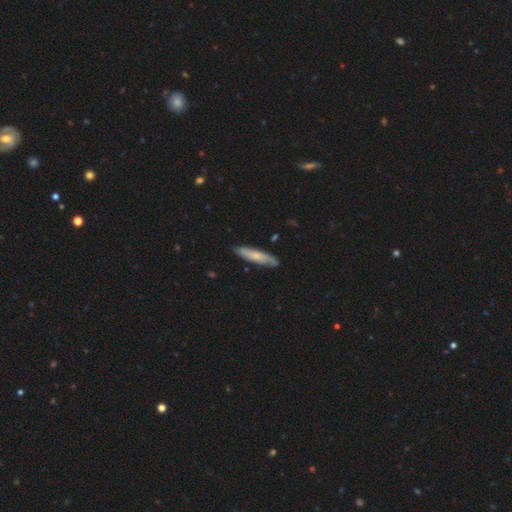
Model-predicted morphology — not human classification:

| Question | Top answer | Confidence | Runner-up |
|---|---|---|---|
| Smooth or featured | smooth | 56% | featured or disk (39%) |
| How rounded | cigar-shaped | 81% | in between (18%) |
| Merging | none | 82% | minor disturbance (14%) |